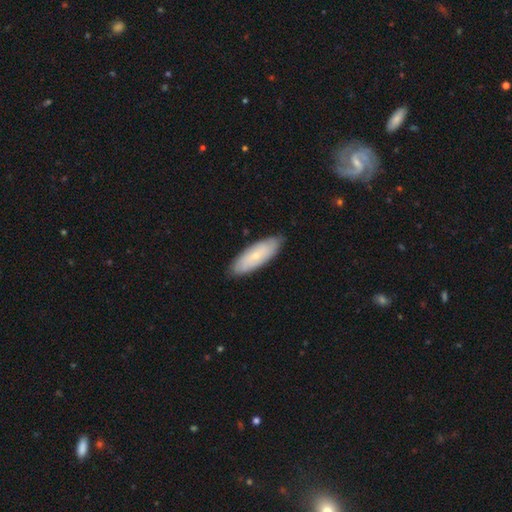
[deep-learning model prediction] Smooth or featured: smooth — 63% (featured or disk — 31%)
How rounded: in between — 64% (cigar-shaped — 34%)
Merging: none — 85% (minor disturbance — 12%)